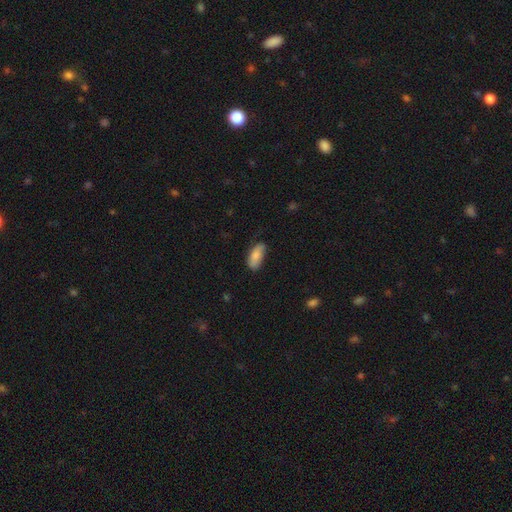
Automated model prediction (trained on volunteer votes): Smooth or featured? smooth (84%)
How rounded? in between (88%)
Merging? none (65%)